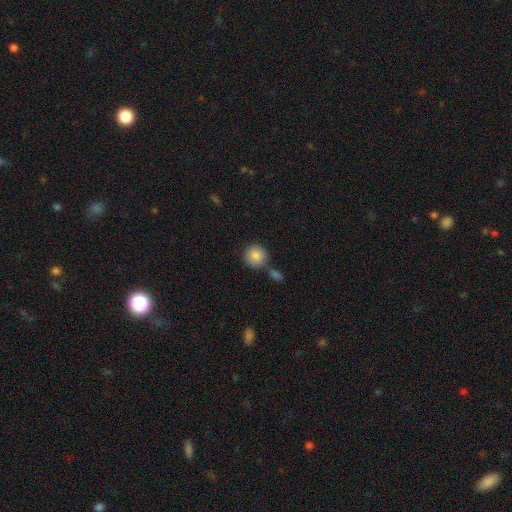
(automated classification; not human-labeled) smooth-or-featured: smooth: 86% | star or artifact: 8% | featured or disk: 6%
  how-rounded: round: 92% | in between: 7% | cigar-shaped: 1%
  merging: none: 67% | merger: 19% | minor disturbance: 11% | major disturbance: 3%